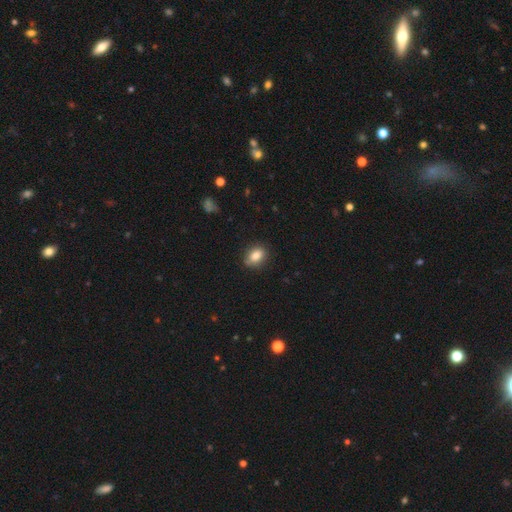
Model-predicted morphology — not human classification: Overall: smooth (84%). How rounded: in between (74%). Merging: none (83%).